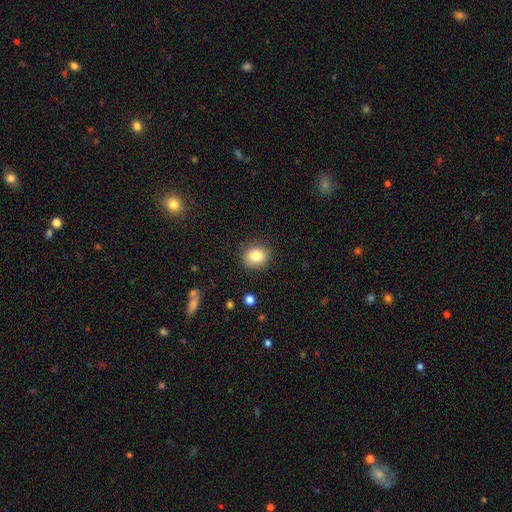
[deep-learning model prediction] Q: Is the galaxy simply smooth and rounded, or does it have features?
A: smooth — 83%.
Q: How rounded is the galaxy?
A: round — 74%.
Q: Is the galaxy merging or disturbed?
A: none — 87%.